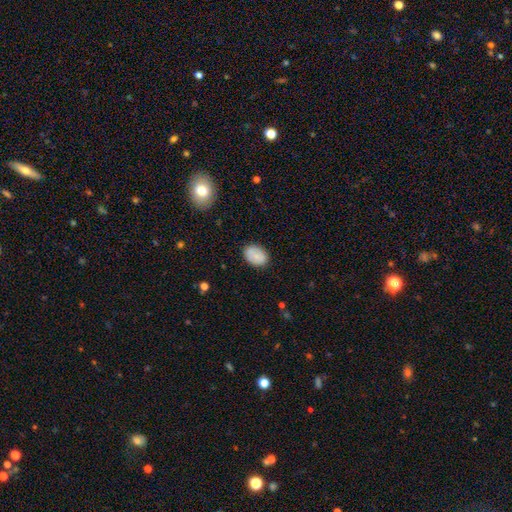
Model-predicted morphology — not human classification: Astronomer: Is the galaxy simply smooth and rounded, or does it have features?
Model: smooth — 78%.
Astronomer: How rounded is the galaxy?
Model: in between — 79%.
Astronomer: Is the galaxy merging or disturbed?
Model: none — 85%.